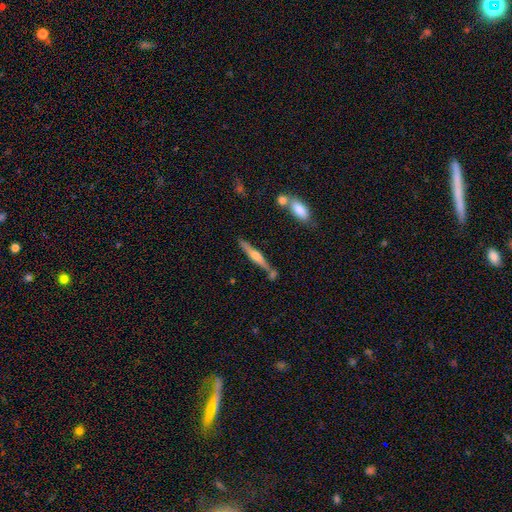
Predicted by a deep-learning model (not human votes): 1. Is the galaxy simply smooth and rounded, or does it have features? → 63% featured or disk, 32% smooth, 6% star or artifact.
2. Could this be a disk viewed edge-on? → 96% yes, 4% no.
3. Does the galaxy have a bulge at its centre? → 78% rounded, 13% boxy, 8% none.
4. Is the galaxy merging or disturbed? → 75% none, 12% minor disturbance, 10% merger, 3% major disturbance.